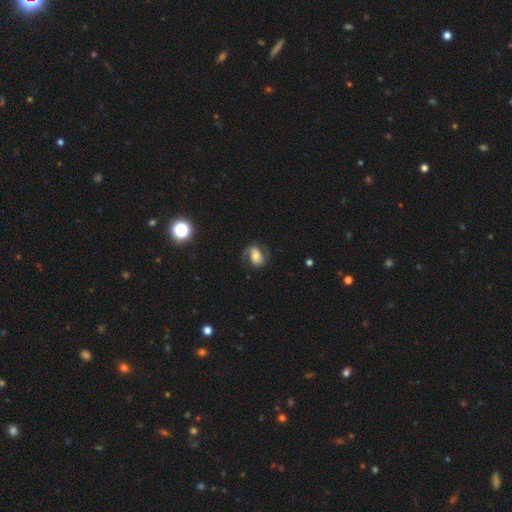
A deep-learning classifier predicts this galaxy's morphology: Q: Smooth or featured?
A: featured or disk (63%); runner-up: smooth (28%)
Q: Edge-on disk?
A: no (97%); runner-up: yes (3%)
Q: Bar?
A: no (49%); runner-up: weak (35%)
Q: Spiral arms?
A: yes (91%); runner-up: no (9%)
Q: Spiral winding?
A: medium (46%); runner-up: loose (33%)
Q: Spiral arm count?
A: 2 (70%); runner-up: 1 (22%)
Q: Bulge size?
A: moderate (46%); runner-up: small (22%)
Q: Merging?
A: none (63%); runner-up: minor disturbance (21%)